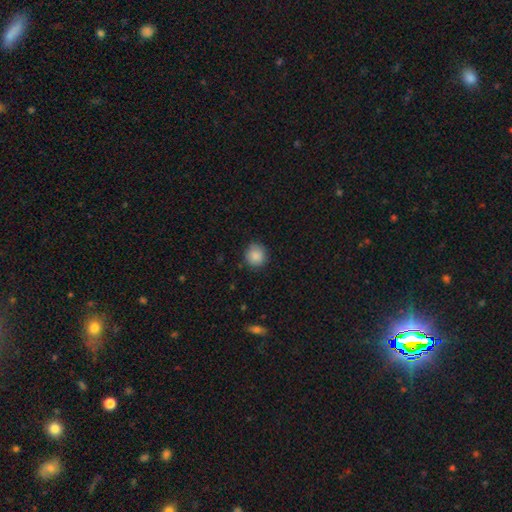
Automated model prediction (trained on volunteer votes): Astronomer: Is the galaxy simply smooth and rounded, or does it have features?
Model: smooth — 87%.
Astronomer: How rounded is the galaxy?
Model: round — 90%.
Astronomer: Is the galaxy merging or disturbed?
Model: none — 86%.